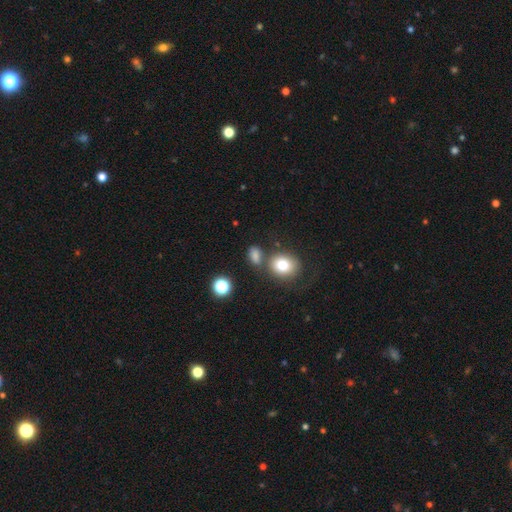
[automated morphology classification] The model was most divided on "how rounded": round: 53%, in between: 45%, cigar-shaped: 2%. More confident: smooth or featured — smooth (74%); merging — none (62%).